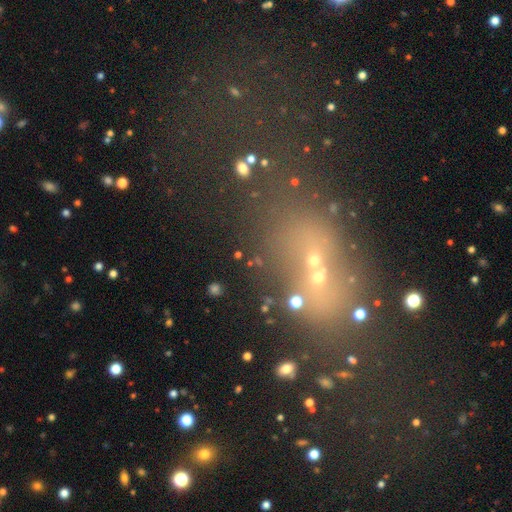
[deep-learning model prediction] The model was most divided on "smooth or featured": star or artifact: 42%, smooth: 35%, featured or disk: 23%.